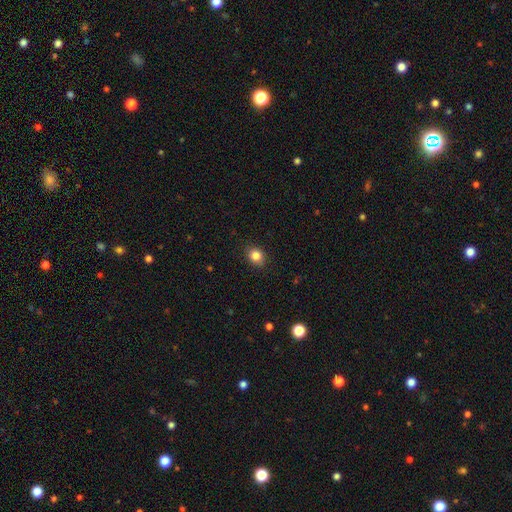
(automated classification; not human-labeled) Overall: smooth (84%). How rounded: round (65%; in between 34%). Merging: none (87%).